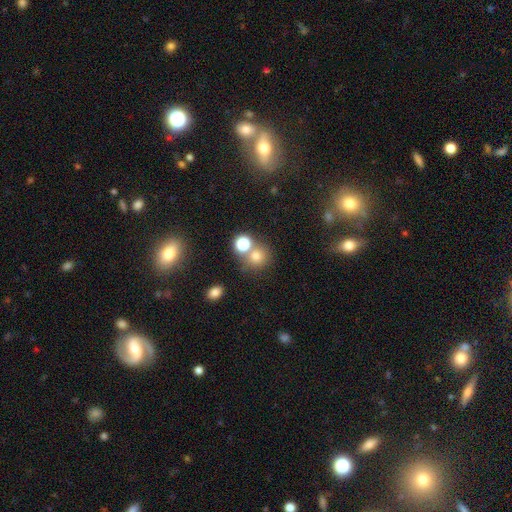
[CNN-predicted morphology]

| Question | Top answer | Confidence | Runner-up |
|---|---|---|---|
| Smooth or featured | smooth | 73% | star or artifact (18%) |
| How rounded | round | 85% | in between (14%) |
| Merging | none | 59% | merger (28%) |